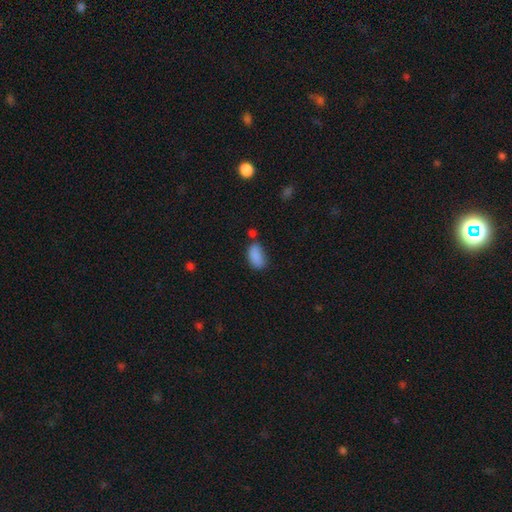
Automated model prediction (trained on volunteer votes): Q: Smooth or featured?
A: smooth (85%); runner-up: star or artifact (9%)
Q: How rounded?
A: in between (92%); runner-up: round (5%)
Q: Merging?
A: none (51%); runner-up: minor disturbance (27%)